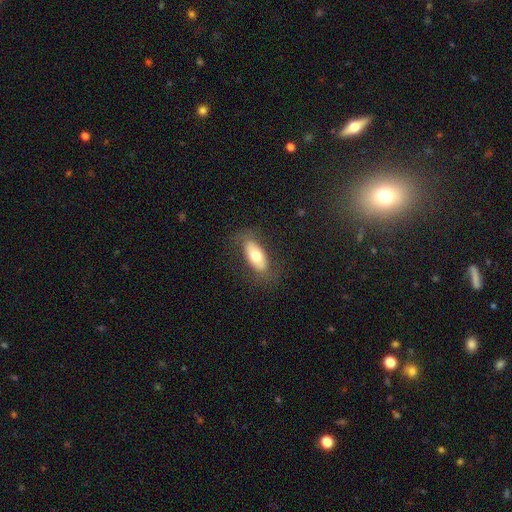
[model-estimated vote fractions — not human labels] The model was most divided on "smooth or featured": smooth: 65%, featured or disk: 29%, star or artifact: 6%. More confident: how rounded — in between (85%); merging — none (79%).